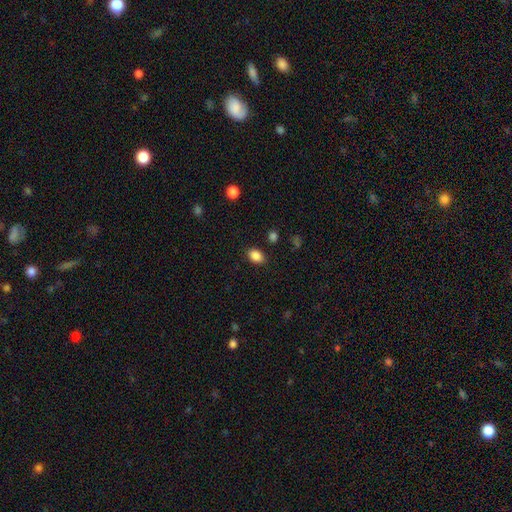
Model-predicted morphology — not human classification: Overall: smooth (88%). How rounded: in between (80%). Merging: none (86%).